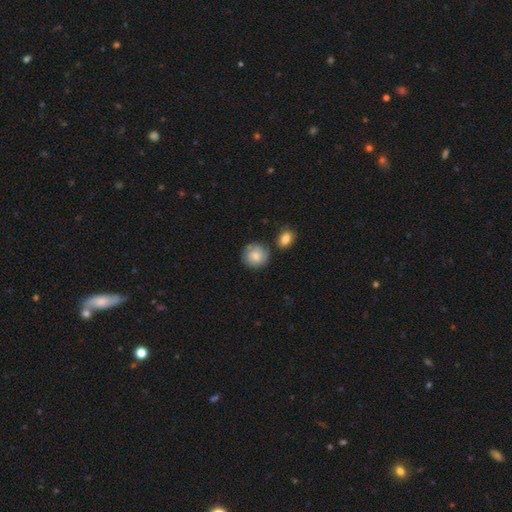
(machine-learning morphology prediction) A smooth galaxy with no disk features (80%) that is round (90%).

Vote fractions:
- Smooth or featured? smooth: 80% / featured or disk: 13% / star or artifact: 7%
- How rounded? round: 90% / in between: 9% / cigar-shaped: 1%
- Merging? none: 73% / minor disturbance: 16% / merger: 8% / major disturbance: 4%